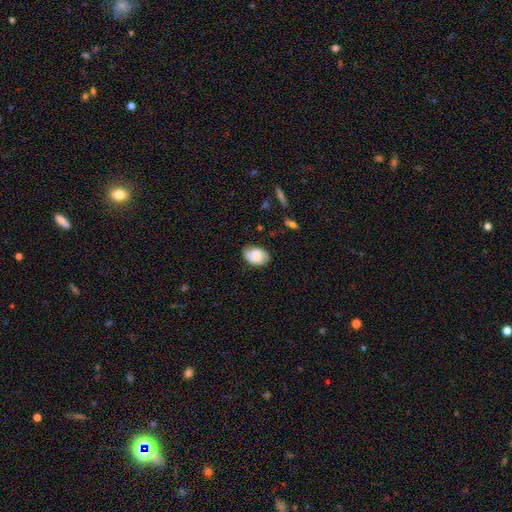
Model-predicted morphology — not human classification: A smooth galaxy with no disk features (72%) that is in between round and cigar-shaped (80%).

Vote fractions:
- Smooth or featured? smooth: 72% / featured or disk: 20% / star or artifact: 8%
- How rounded? in between: 80% / round: 18% / cigar-shaped: 1%
- Merging? none: 75% / minor disturbance: 20% / major disturbance: 4% / merger: 1%